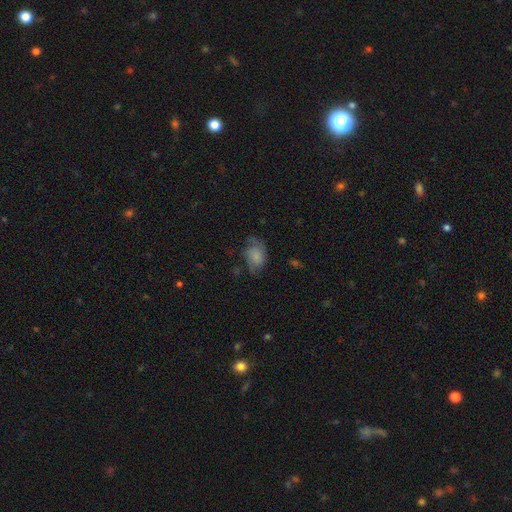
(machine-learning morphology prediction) smooth 60%, featured or disk 31%, star or artifact 9%. Down the decision tree: how rounded — in between (78%); merging — none (47%).